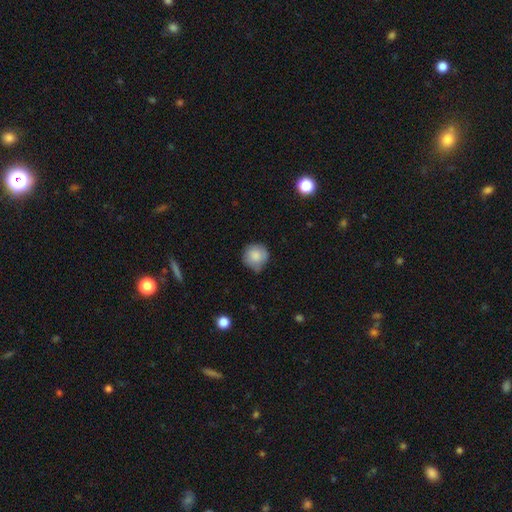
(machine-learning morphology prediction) Smooth or featured: smooth — 83% (featured or disk — 9%)
How rounded: round — 92% (in between — 7%)
Merging: none — 69% (minor disturbance — 25%)